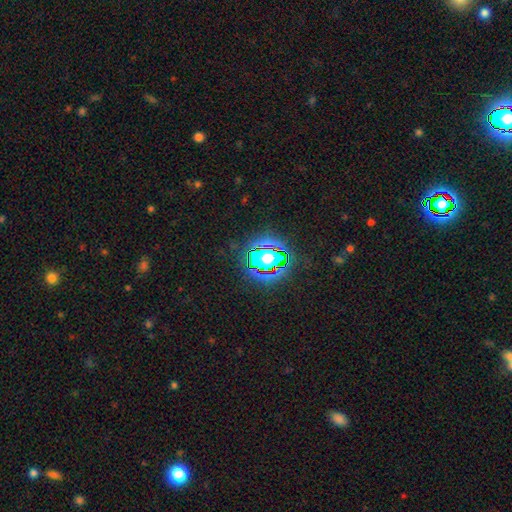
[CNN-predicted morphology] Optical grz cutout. It shows a star or artifact, not a galaxy (80%).